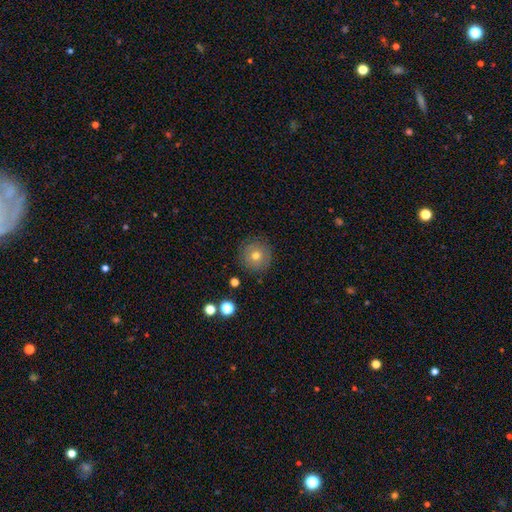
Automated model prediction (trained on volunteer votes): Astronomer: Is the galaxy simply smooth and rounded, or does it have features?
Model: smooth — 72%.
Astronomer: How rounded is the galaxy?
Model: round — 95%.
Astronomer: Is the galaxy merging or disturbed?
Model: none — 88%.